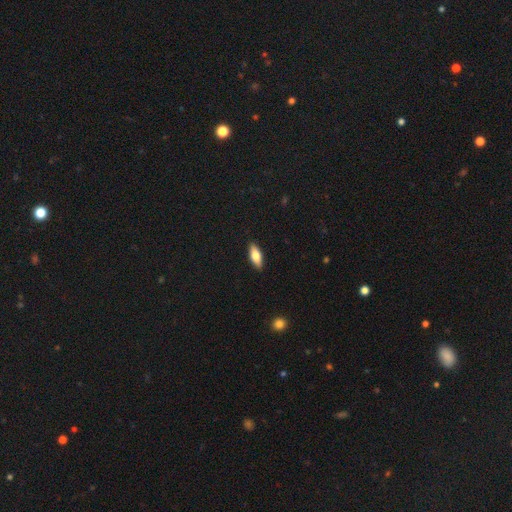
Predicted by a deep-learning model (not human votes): smooth_or_featured: smooth (p=0.68) [alt: featured or disk p=0.26]
how_rounded: in between (p=0.69) [alt: cigar-shaped p=0.29]
merging: none (p=0.90) [alt: minor disturbance p=0.08]